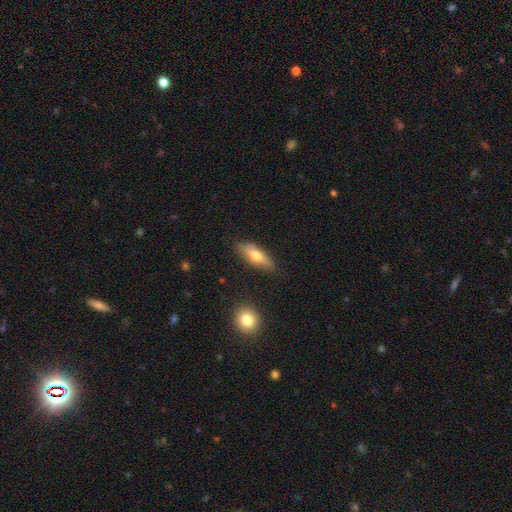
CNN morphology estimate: Smooth or featured? Predicted: smooth (p=0.63). How rounded? Predicted: in between (p=0.62). Merging? Predicted: none (p=0.79).